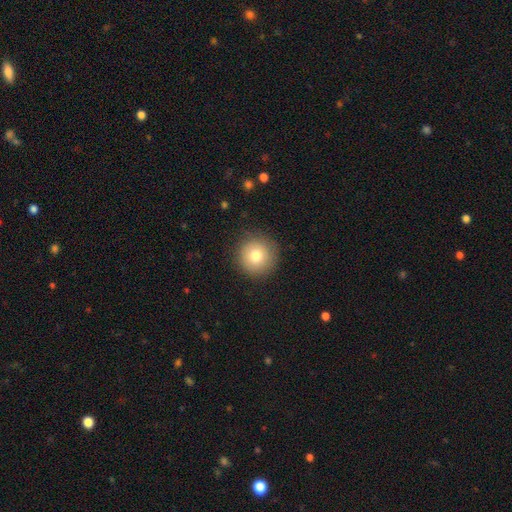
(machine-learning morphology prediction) type=smooth (78%); roundness=round (95%); merging=none (88%).